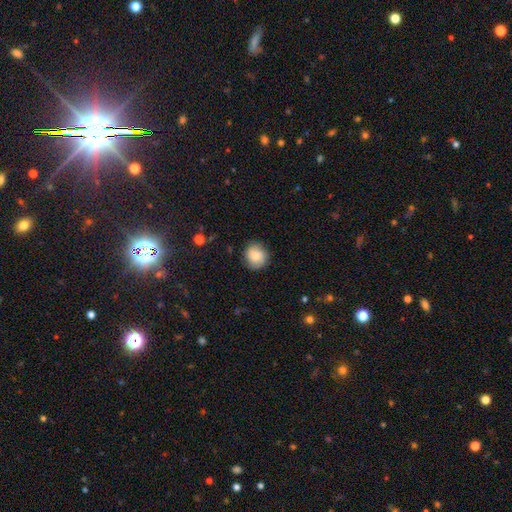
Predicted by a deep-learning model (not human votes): Overall: smooth (77%). How rounded: round (87%). Merging: none (82%).